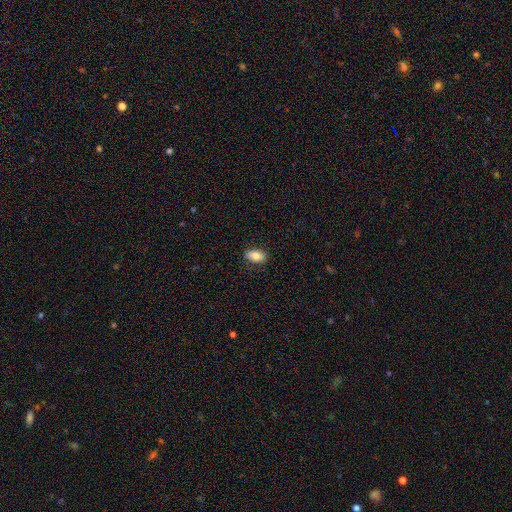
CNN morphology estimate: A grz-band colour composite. It shows a smooth galaxy with no disk features (78%) that is in between round and cigar-shaped (90%). Merging: none (82%).